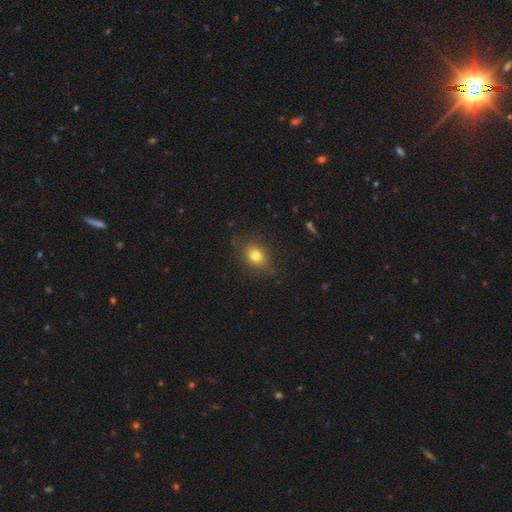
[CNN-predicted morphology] smooth 78%, star or artifact 12%, featured or disk 10%. Down the decision tree: how rounded — in between (53%); merging — none (80%).